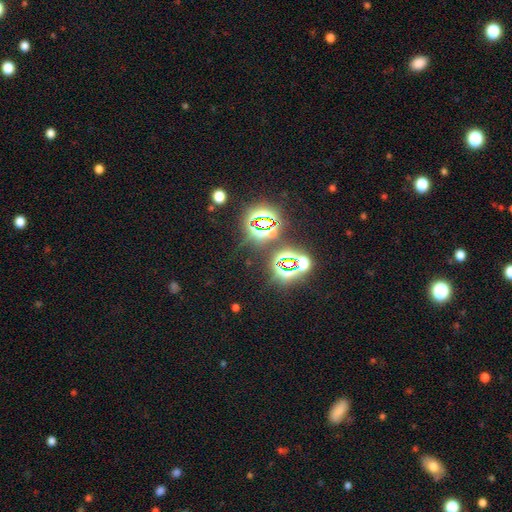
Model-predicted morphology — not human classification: This appears to be a star or artifact, not a galaxy (79%).